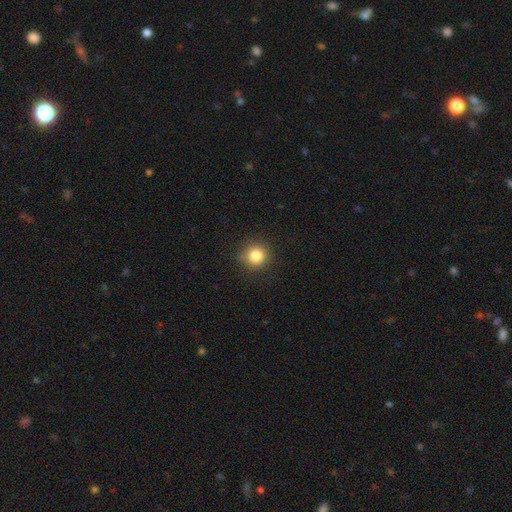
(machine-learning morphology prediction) Overall: smooth (83%). How rounded: round (93%). Merging: none (86%).